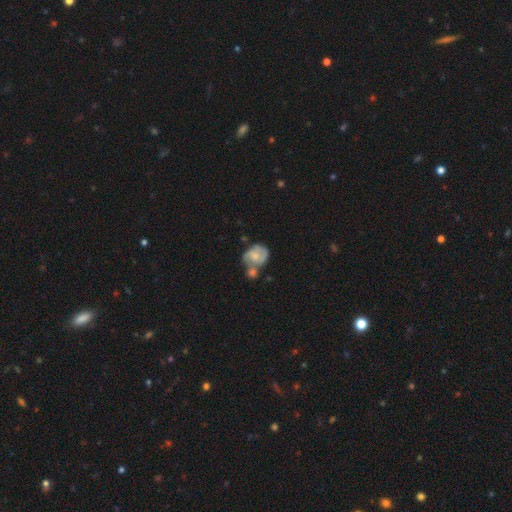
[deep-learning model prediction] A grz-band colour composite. It shows a featured or disk galaxy (53%) with no bar (68%), spiral arms (72%) and a moderate central bulge (45%). Merging: merger (38%).